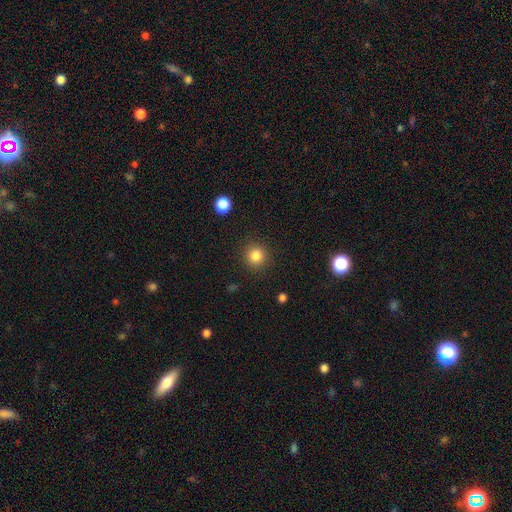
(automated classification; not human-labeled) Overall: smooth (84%). How rounded: round (93%). Merging: none (90%).